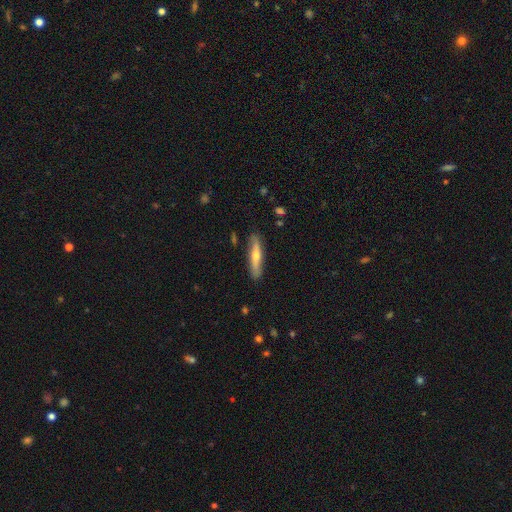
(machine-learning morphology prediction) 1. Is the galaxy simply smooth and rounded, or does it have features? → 48% smooth, 46% featured or disk, 6% star or artifact.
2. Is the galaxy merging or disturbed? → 86% none, 11% minor disturbance, 2% major disturbance, 1% merger.